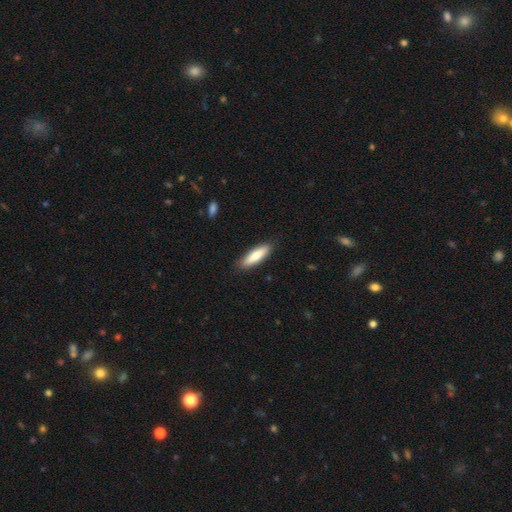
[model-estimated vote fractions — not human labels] smooth-or-featured: smooth: 78% | featured or disk: 17% | star or artifact: 5%
  how-rounded: cigar-shaped: 62% | in between: 37% | round: 1%
  merging: none: 88% | minor disturbance: 9% | major disturbance: 2% | merger: 1%